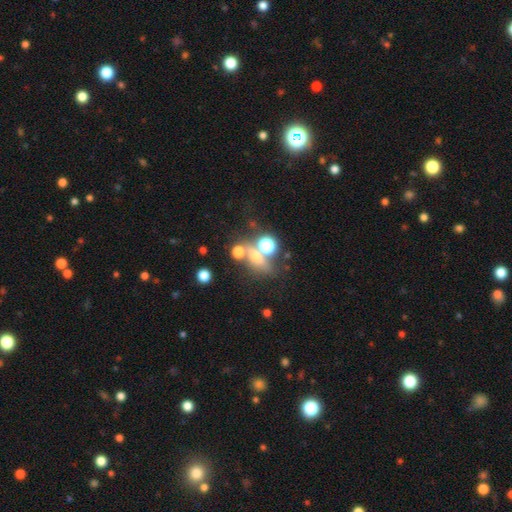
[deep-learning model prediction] Smooth or featured? Predicted: smooth (p=0.48). Merging? Predicted: none (p=0.52).